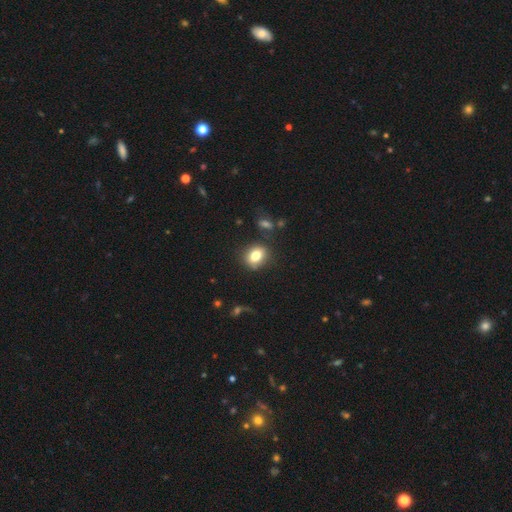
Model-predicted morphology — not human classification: smooth 80%, featured or disk 10%, star or artifact 10%. Down the decision tree: how rounded — in between (56%); merging — none (81%).